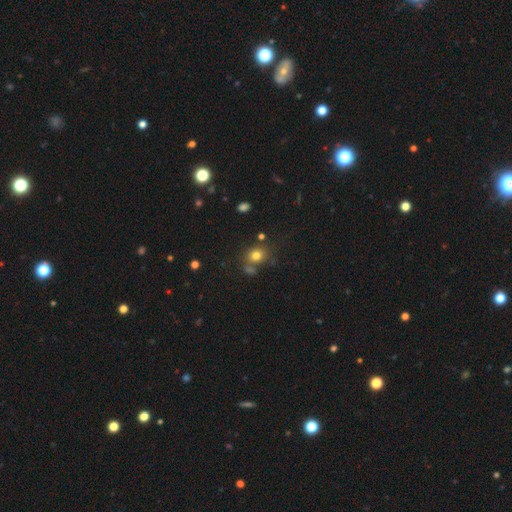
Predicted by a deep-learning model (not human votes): Q: Smooth or featured?
A: smooth (78%); runner-up: star or artifact (14%)
Q: How rounded?
A: round (69%); runner-up: in between (30%)
Q: Merging?
A: none (66%); runner-up: merger (16%)